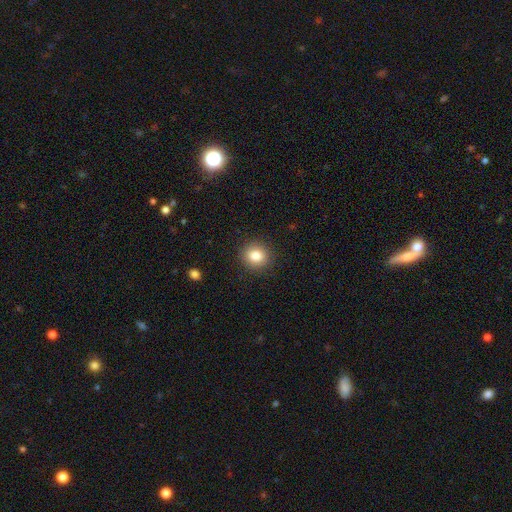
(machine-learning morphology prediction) smooth-or-featured: smooth: 83% | star or artifact: 10% | featured or disk: 7%
  how-rounded: round: 85% | in between: 14% | cigar-shaped: 1%
  merging: none: 90% | minor disturbance: 7% | major disturbance: 2% | merger: 1%